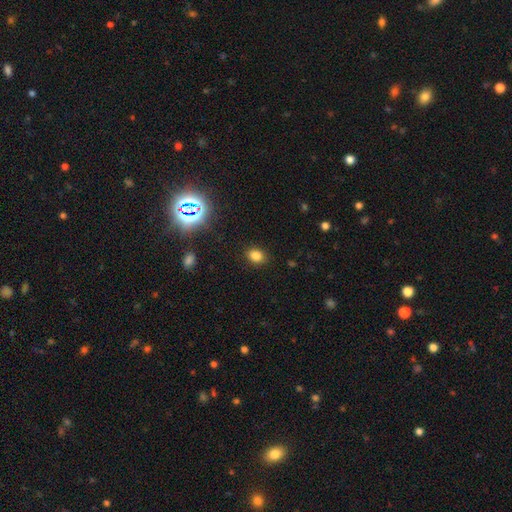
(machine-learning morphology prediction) smooth 79%, star or artifact 16%, featured or disk 5%. Down the decision tree: how rounded — in between (59%); merging — none (87%).